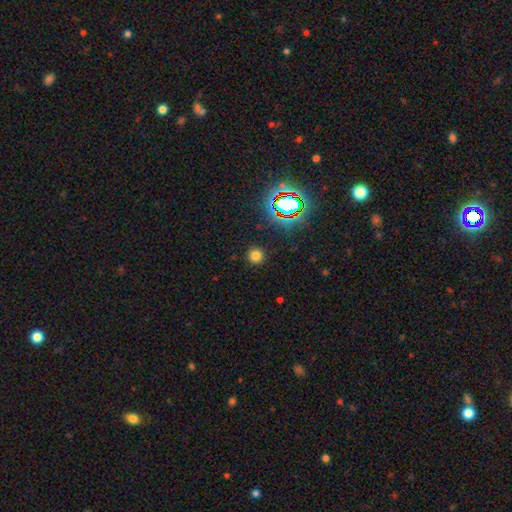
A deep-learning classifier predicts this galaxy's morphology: This appears to be a smooth galaxy with no disk features (74%) that is round (95%). Merging: none (90%).